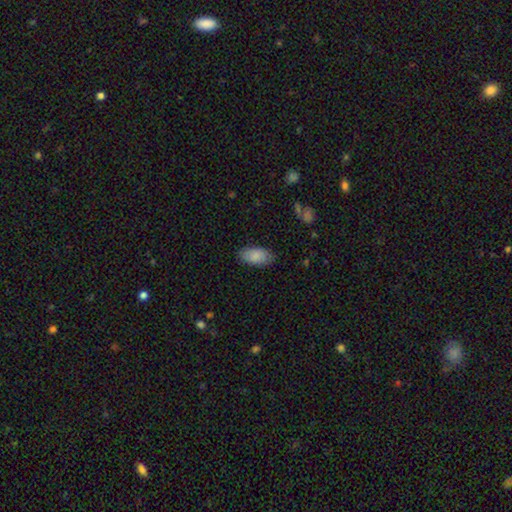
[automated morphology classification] Smooth or featured?
  - smooth: 87% *
  - featured or disk: 7%
  - star or artifact: 6%
How rounded?
  - in between: 94% *
  - cigar-shaped: 3%
  - round: 3%
Merging?
  - none: 82% *
  - minor disturbance: 14%
  - major disturbance: 3%
  - merger: 1%